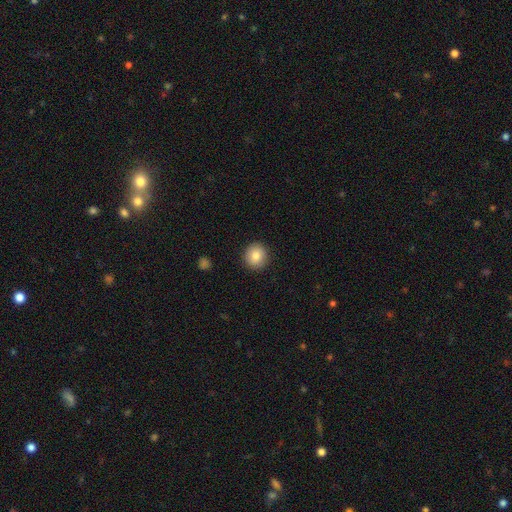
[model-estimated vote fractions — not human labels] Morphology: type=smooth (84%); roundness=round (90%); merging=none (91%).